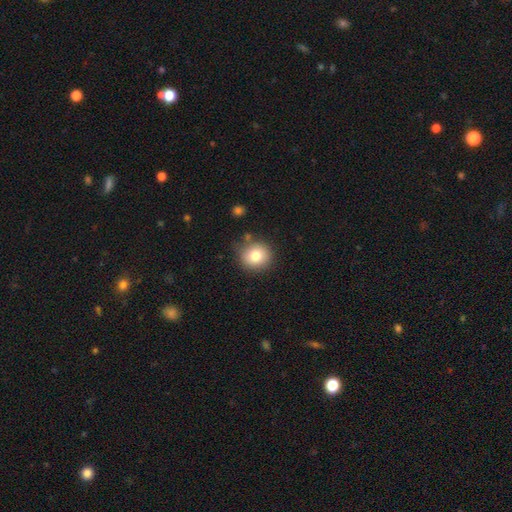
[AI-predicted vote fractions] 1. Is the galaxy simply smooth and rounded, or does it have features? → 80% smooth, 11% star or artifact, 10% featured or disk.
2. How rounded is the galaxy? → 89% round, 10% in between, 1% cigar-shaped.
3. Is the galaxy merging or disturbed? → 82% none, 11% minor disturbance, 4% merger, 3% major disturbance.